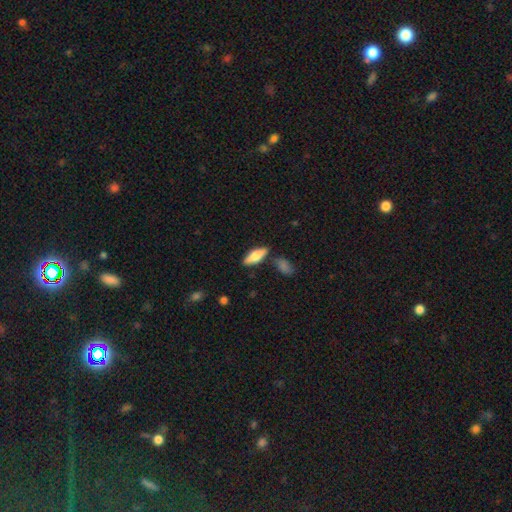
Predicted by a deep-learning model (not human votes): A smooth galaxy with no disk features (63%) that is in between round and cigar-shaped (61%).

Vote fractions:
- Smooth or featured? smooth: 63% / featured or disk: 31% / star or artifact: 6%
- How rounded? in between: 61% / cigar-shaped: 37% / round: 2%
- Merging? none: 76% / minor disturbance: 14% / merger: 7% / major disturbance: 4%